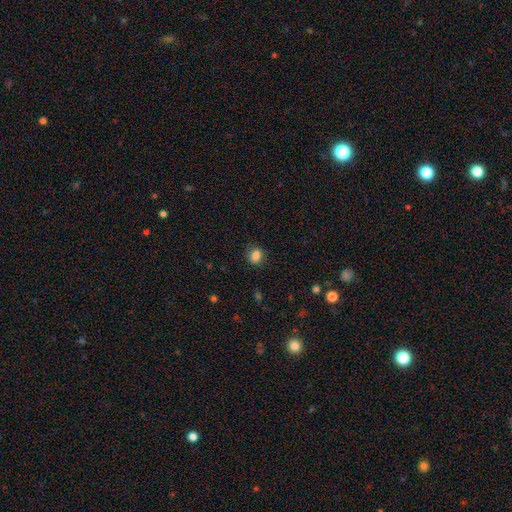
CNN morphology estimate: Smooth or featured: smooth — 83% (star or artifact — 10%)
How rounded: round — 54% (in between — 44%)
Merging: none — 80% (minor disturbance — 15%)